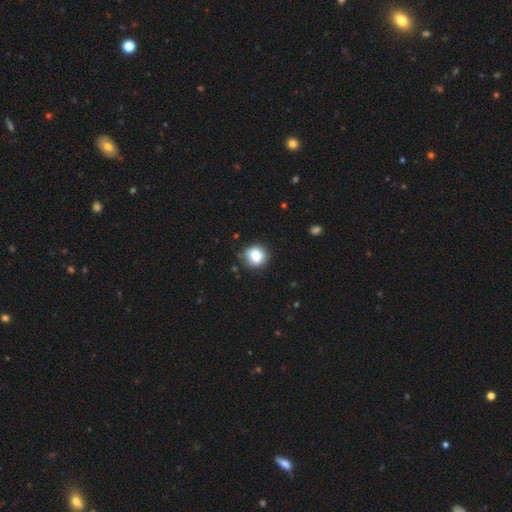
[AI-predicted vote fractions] This appears to be a smooth galaxy with no disk features (80%) that is round (85%). Merging: none (82%).